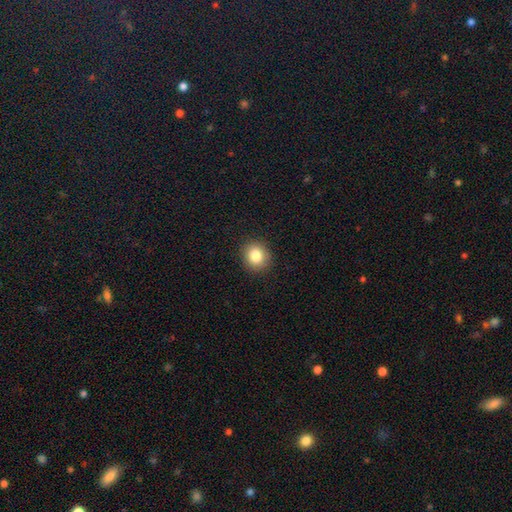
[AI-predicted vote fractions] This is clearly a smooth galaxy (84%). How rounded: likely round (78%). Merging: clearly none (91%).